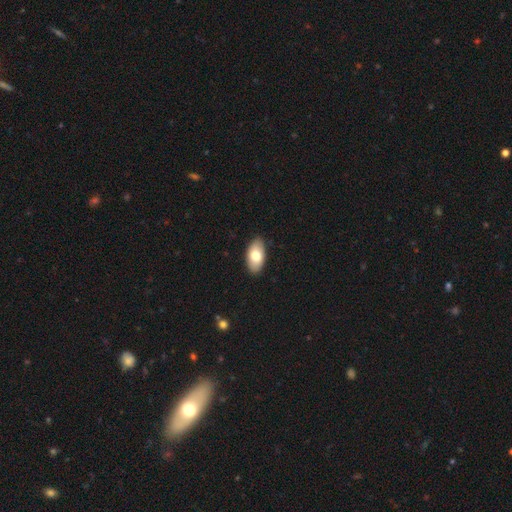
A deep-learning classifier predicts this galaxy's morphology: Smooth or featured? Predicted: smooth (p=0.77). How rounded? Predicted: in between (p=0.95). Merging? Predicted: none (p=0.87).